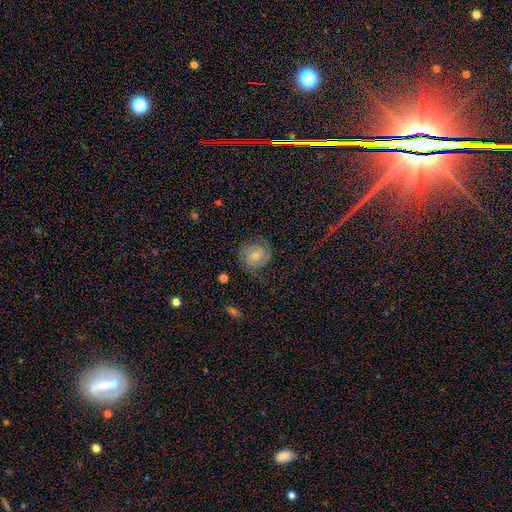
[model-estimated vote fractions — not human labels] Overall: featured or disk (62%; smooth 24%). Edge-on disk: no (97%). Bar: no (69%). Spiral arms: yes (89%). Spiral arm count: 2 (51%; can't tell 26%). Spiral winding: tight (62%; medium 29%). Bulge size: moderate (55%; small 40%). Merging: none (76%).